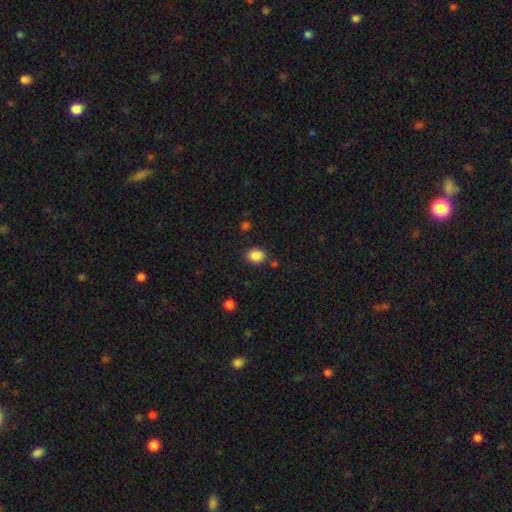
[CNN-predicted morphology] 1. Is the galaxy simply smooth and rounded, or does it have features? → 87% smooth, 10% star or artifact, 4% featured or disk.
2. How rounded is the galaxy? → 60% round, 39% in between, 1% cigar-shaped.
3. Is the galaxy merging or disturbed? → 81% none, 11% minor disturbance, 4% merger, 3% major disturbance.